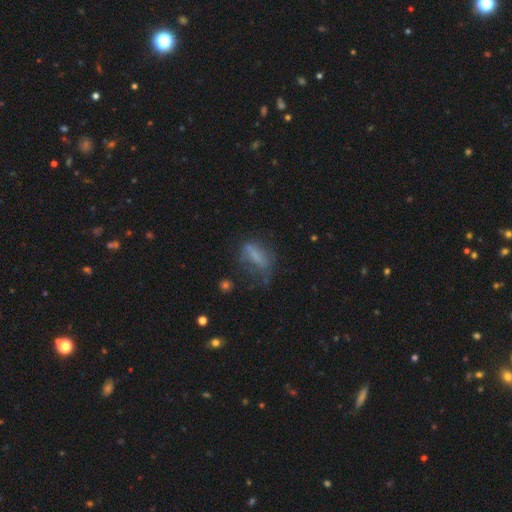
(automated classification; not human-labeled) Smooth or featured? smooth (55%)
How rounded? in between (68%)
Merging? none (38%)